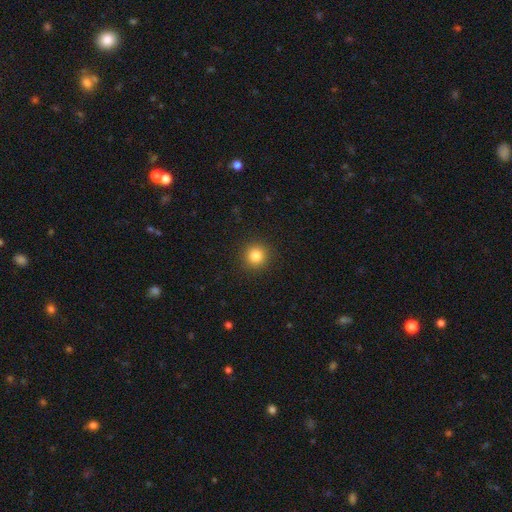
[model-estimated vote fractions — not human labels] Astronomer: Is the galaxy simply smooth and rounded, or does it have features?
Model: smooth — 84%.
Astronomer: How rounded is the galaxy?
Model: round — 94%.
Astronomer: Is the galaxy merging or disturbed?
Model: none — 92%.